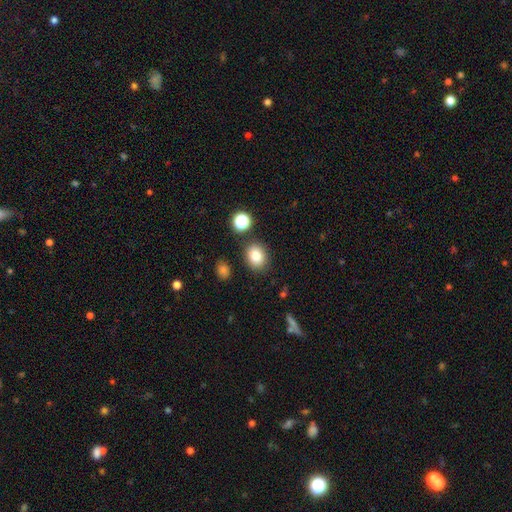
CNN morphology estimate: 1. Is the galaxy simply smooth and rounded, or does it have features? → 82% smooth, 11% star or artifact, 7% featured or disk.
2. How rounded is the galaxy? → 57% round, 42% in between, 1% cigar-shaped.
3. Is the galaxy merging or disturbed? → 82% none, 10% minor disturbance, 5% merger, 3% major disturbance.